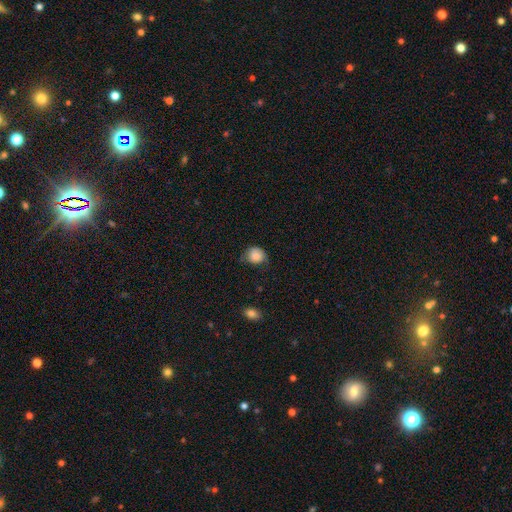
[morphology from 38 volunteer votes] smooth 87%, featured or disk 11%, star or artifact 3%. Down the decision tree: how rounded — round (85%); merging — none (43%).